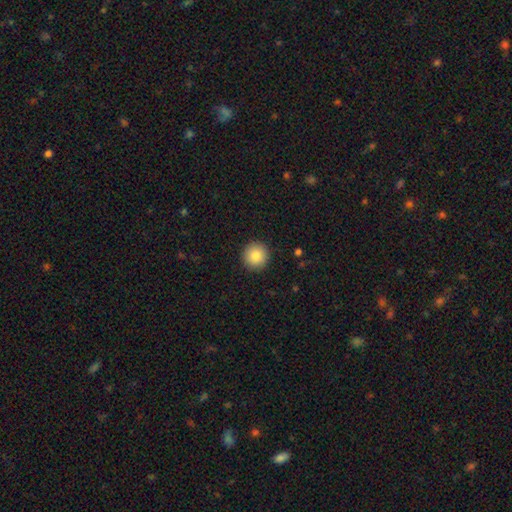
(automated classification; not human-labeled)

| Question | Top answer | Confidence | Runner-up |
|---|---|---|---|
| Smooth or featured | smooth | 86% | star or artifact (9%) |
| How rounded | round | 95% | in between (4%) |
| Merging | none | 92% | minor disturbance (5%) |